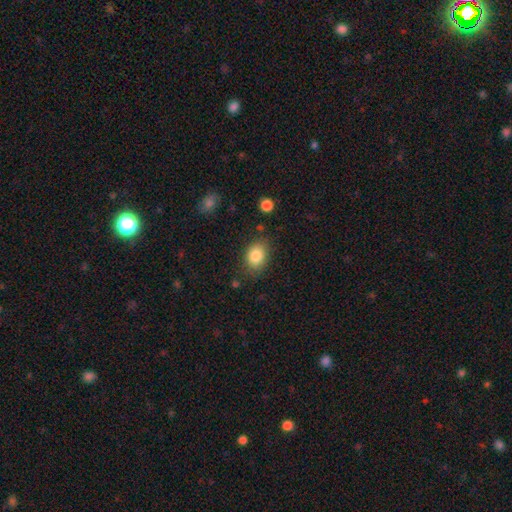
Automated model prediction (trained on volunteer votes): Overall: smooth (85%). How rounded: in between (69%; round 30%). Merging: none (79%).